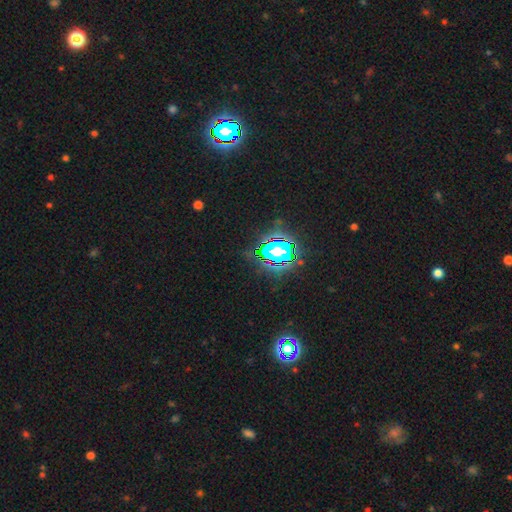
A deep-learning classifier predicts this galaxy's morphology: A star or artifact, not a galaxy (82%).

Vote fractions:
- Smooth or featured? star or artifact: 82% / smooth: 11% / featured or disk: 7%